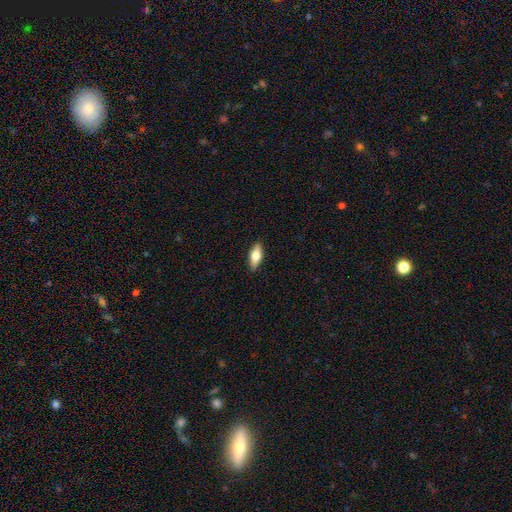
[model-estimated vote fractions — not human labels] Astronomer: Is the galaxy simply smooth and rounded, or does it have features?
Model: smooth — 67%.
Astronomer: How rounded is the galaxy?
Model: in between — 74%.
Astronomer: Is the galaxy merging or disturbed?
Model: none — 88%.